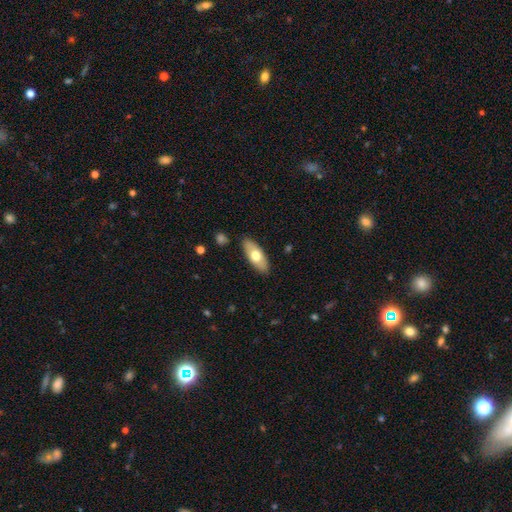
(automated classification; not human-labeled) A smooth galaxy with no disk features (64%) that is in between round and cigar-shaped (83%).

Vote fractions:
- Smooth or featured? smooth: 64% / featured or disk: 31% / star or artifact: 6%
- How rounded? in between: 83% / cigar-shaped: 14% / round: 2%
- Merging? none: 87% / minor disturbance: 10% / major disturbance: 2% / merger: 1%